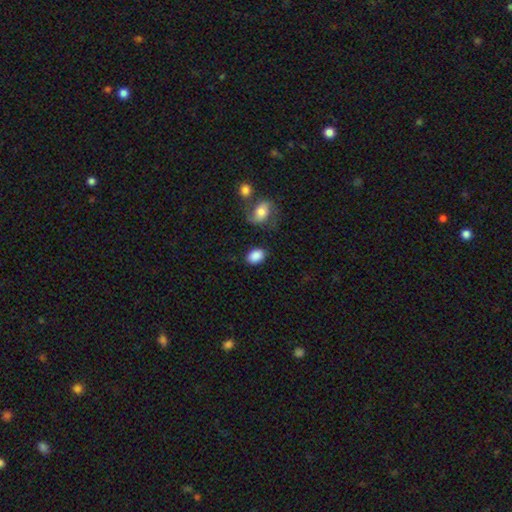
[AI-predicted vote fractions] Q: Smooth or featured?
A: smooth (87%); runner-up: star or artifact (7%)
Q: How rounded?
A: in between (81%); runner-up: round (18%)
Q: Merging?
A: none (77%); runner-up: minor disturbance (14%)